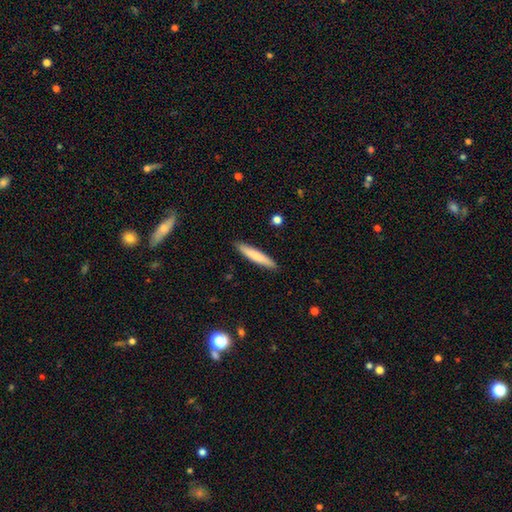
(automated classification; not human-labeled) Smooth or featured: smooth — 78% (featured or disk — 17%)
How rounded: cigar-shaped — 92% (in between — 7%)
Merging: none — 90% (minor disturbance — 7%)